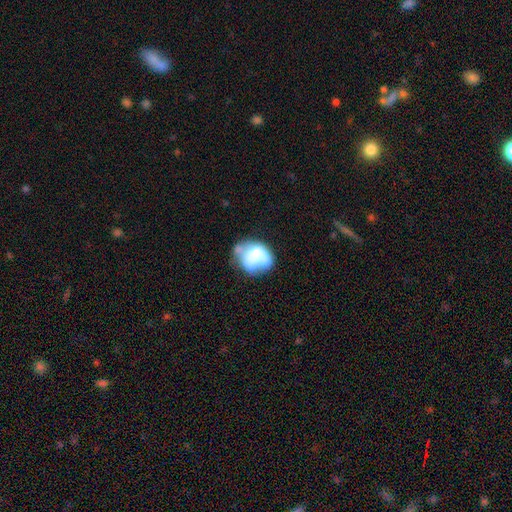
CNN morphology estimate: Q: Smooth or featured?
A: smooth (48%); runner-up: featured or disk (43%)
Q: Merging?
A: none (29%); runner-up: merger (27%)